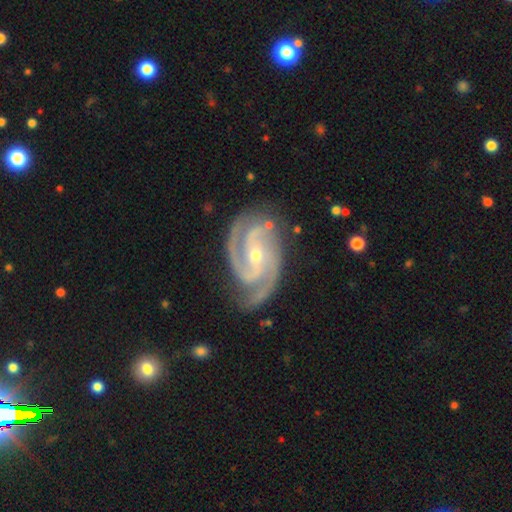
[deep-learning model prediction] A featured or disk galaxy (94%) with a weak bar (38%), 2 (50%) tight (48%) spiral arms (99%) and a small central bulge (64%). Merging: none (75%).